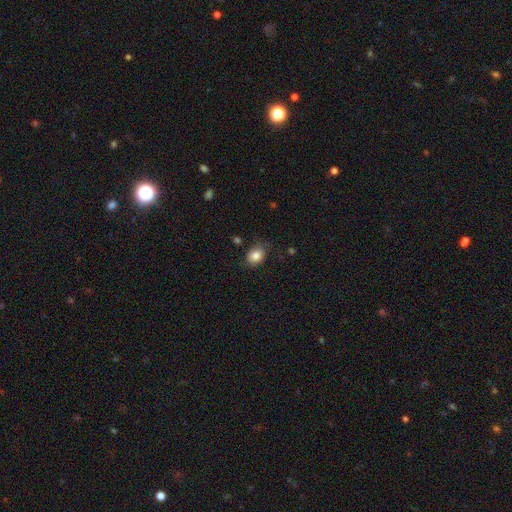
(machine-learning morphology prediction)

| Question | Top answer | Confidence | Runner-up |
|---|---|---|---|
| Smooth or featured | smooth | 83% | star or artifact (9%) |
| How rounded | in between | 58% | round (41%) |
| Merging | none | 74% | minor disturbance (19%) |